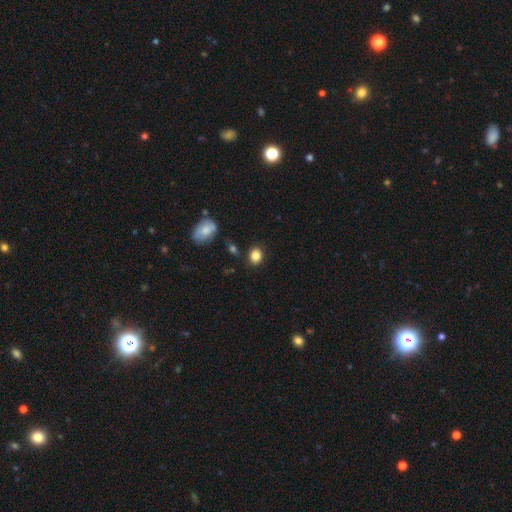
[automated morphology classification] The model was most divided on "how rounded": in between: 52%, round: 47%, cigar-shaped: 1%. More confident: smooth or featured — smooth (86%); merging — none (82%).